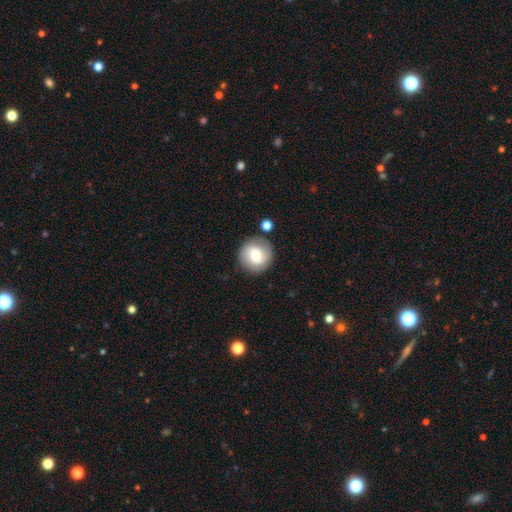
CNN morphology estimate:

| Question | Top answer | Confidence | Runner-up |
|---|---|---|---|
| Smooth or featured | smooth | 61% | featured or disk (31%) |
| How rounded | round | 92% | in between (7%) |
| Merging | none | 81% | minor disturbance (11%) |